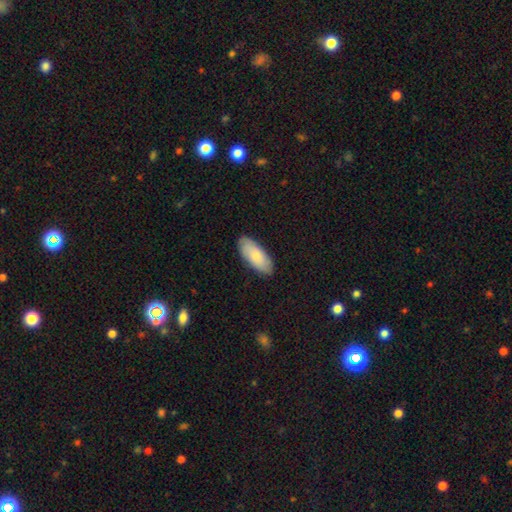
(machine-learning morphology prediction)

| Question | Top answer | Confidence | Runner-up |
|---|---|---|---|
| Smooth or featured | smooth | 74% | featured or disk (20%) |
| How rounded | in between | 87% | cigar-shaped (11%) |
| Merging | none | 85% | minor disturbance (12%) |